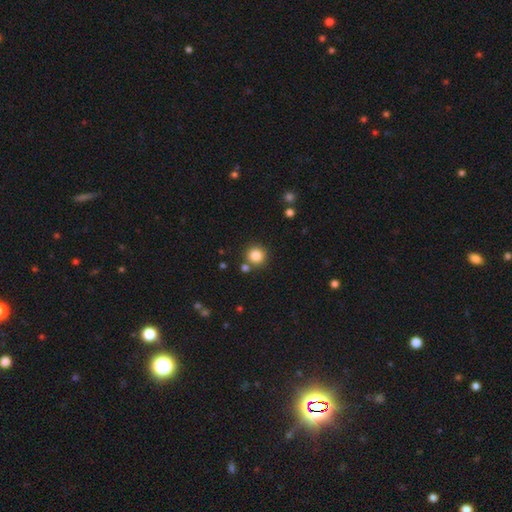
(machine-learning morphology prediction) Smooth or featured? Predicted: smooth (p=0.84). How rounded? Predicted: round (p=0.93). Merging? Predicted: none (p=0.82).